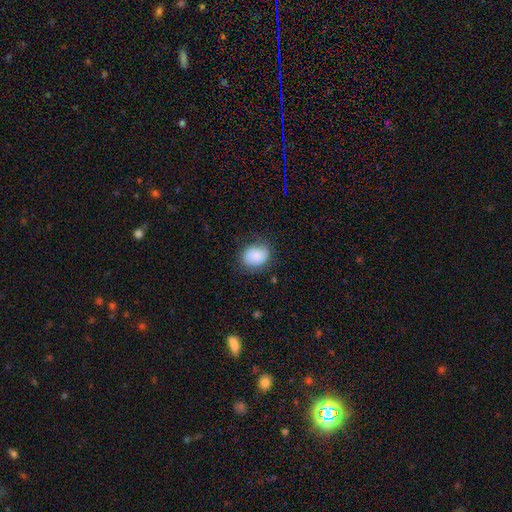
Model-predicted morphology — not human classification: Smooth or featured: smooth — 78% (featured or disk — 14%)
How rounded: in between — 50% (round — 49%)
Merging: none — 71% (minor disturbance — 20%)